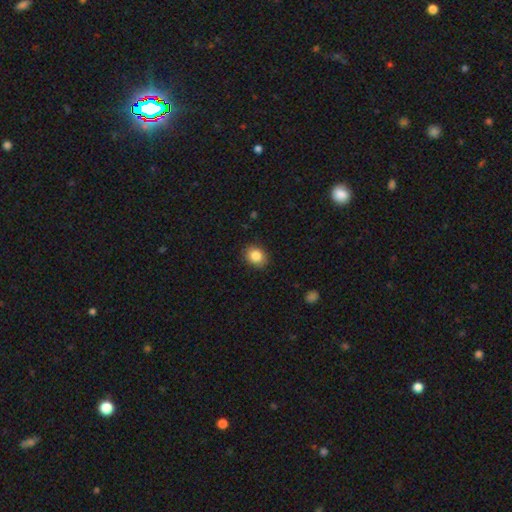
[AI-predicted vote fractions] Smooth or featured? Predicted: smooth (p=0.85). How rounded? Predicted: round (p=0.56). Merging? Predicted: none (p=0.88).